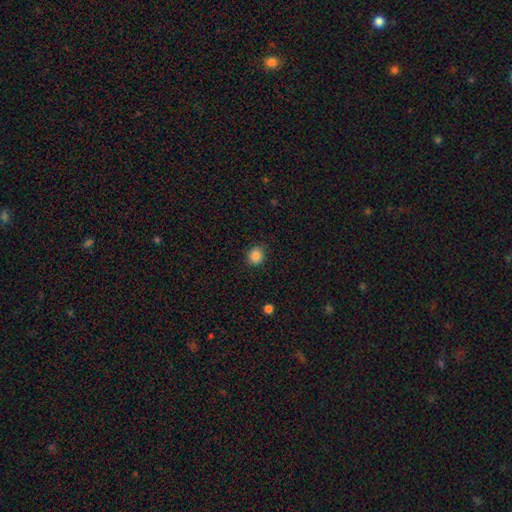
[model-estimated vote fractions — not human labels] Smooth or featured: smooth — 86% (star or artifact — 10%)
How rounded: round — 82% (in between — 17%)
Merging: none — 88% (minor disturbance — 8%)